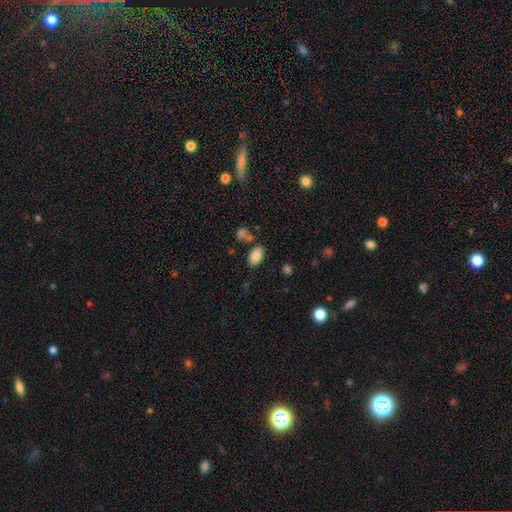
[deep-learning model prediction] A smooth galaxy with no disk features (84%) that is in between round and cigar-shaped (93%).

Vote fractions:
- Smooth or featured? smooth: 84% / star or artifact: 8% / featured or disk: 8%
- How rounded? in between: 93% / round: 6% / cigar-shaped: 2%
- Merging? none: 76% / minor disturbance: 13% / merger: 8% / major disturbance: 4%